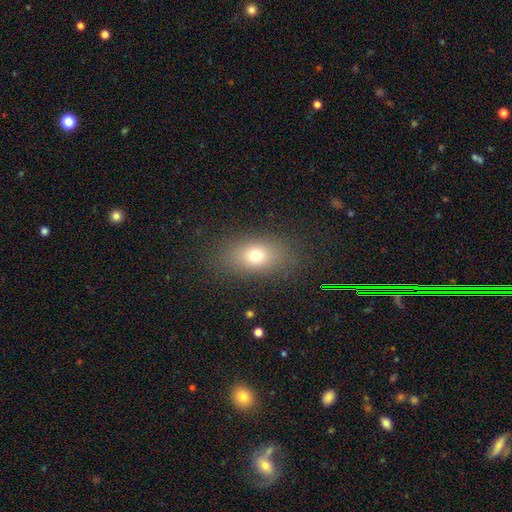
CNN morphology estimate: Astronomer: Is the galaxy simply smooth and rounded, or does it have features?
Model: smooth — 73%.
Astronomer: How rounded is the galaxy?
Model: in between — 76%.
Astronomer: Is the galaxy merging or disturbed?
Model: none — 84%.